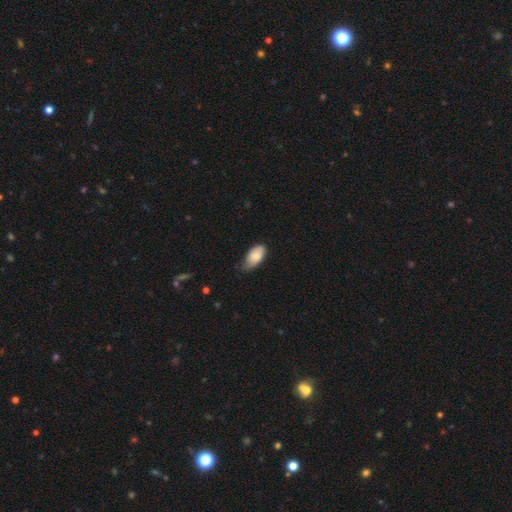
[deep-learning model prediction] The model was most divided on "merging": none: 51%, minor disturbance: 41%, major disturbance: 7%, merger: 1%. More confident: how rounded — in between (94%); smooth or featured — smooth (83%).